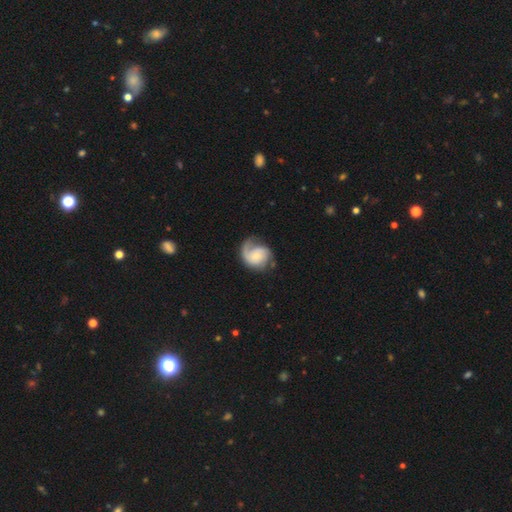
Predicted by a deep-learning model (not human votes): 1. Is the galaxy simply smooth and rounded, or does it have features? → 72% featured or disk, 22% smooth, 6% star or artifact.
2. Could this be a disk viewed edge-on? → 98% no, 2% yes.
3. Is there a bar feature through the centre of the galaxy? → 70% no, 26% weak, 4% strong.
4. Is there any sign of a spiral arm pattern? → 93% yes, 7% no.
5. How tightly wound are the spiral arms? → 40% medium, 32% tight, 28% loose.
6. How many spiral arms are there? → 46% 1, 40% 2, 8% can't tell, 3% 3, 1% 4, 1% more than 4.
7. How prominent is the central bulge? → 56% small, 27% moderate, 10% none, 5% large, 2% dominant.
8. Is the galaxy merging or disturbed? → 55% none, 23% minor disturbance, 20% major disturbance, 2% merger.